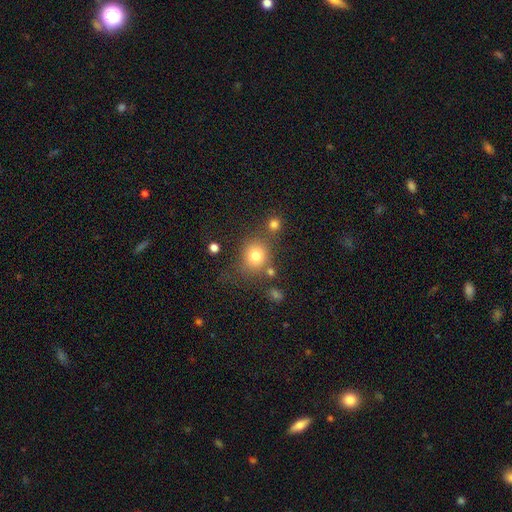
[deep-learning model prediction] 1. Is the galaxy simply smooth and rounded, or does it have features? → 78% smooth, 13% star or artifact, 9% featured or disk.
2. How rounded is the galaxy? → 79% round, 20% in between, 1% cigar-shaped.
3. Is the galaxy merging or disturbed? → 66% none, 14% merger, 13% minor disturbance, 6% major disturbance.